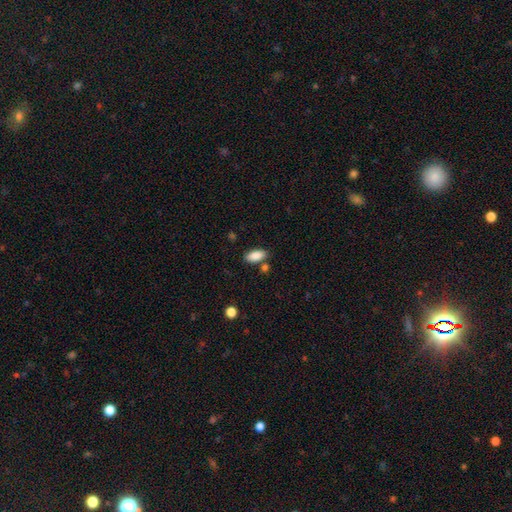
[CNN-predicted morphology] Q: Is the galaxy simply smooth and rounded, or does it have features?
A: smooth — 88%.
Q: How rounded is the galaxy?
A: in between — 90%.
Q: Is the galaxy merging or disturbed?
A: none — 78%.